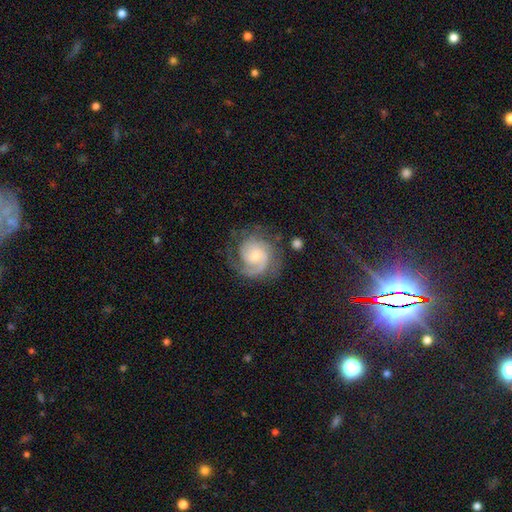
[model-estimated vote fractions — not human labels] featured or disk 84%, smooth 11%, star or artifact 5%. Down the decision tree: edge-on disk — no (98%); bar — no (67%); spiral arms — yes (96%); spiral arm count — 2 (36%); spiral winding — tight (52%); bulge size — small (55%); merging — none (69%).